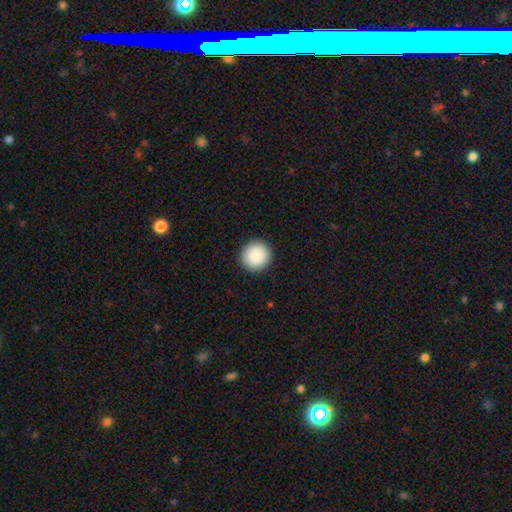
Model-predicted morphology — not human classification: smooth 89%, star or artifact 7%, featured or disk 3%. Down the decision tree: how rounded — round (95%); merging — none (93%).